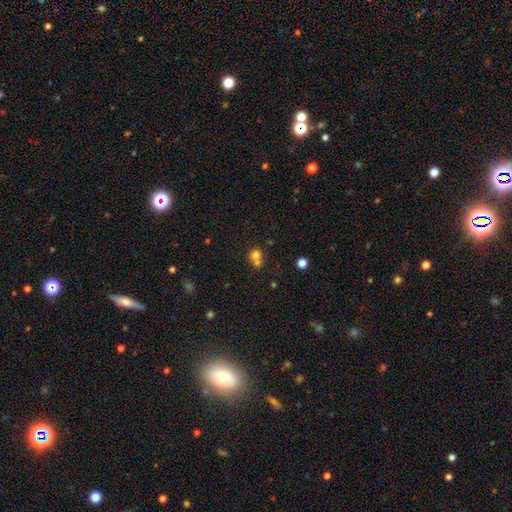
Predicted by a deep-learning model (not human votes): This appears to be a smooth galaxy with no disk features (72%) that is round (83%). Merging: merger (54%).